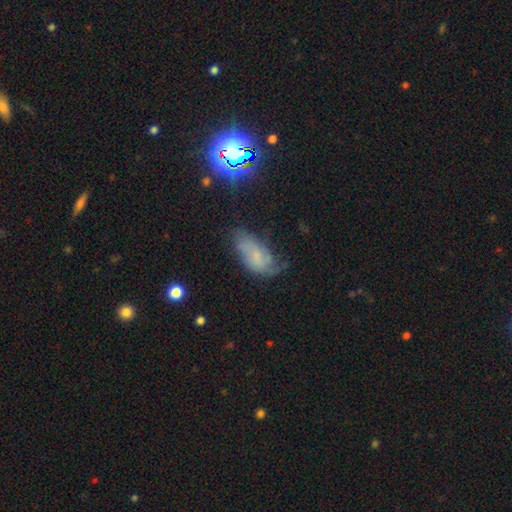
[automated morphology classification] Q: Smooth or featured?
A: smooth (49%); runner-up: featured or disk (36%)
Q: Merging?
A: none (42%); runner-up: minor disturbance (35%)